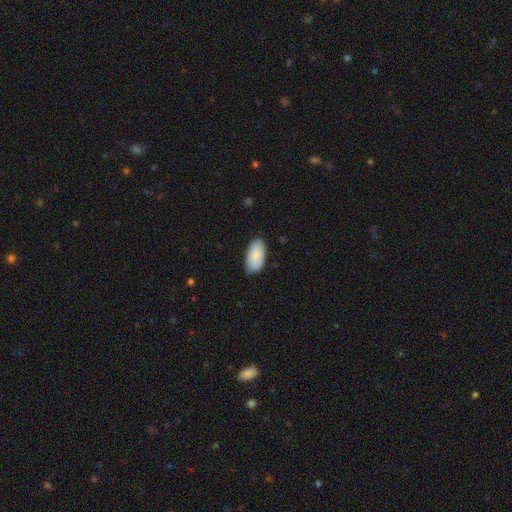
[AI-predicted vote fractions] Smooth or featured? smooth (86%)
How rounded? in between (96%)
Merging? none (82%)